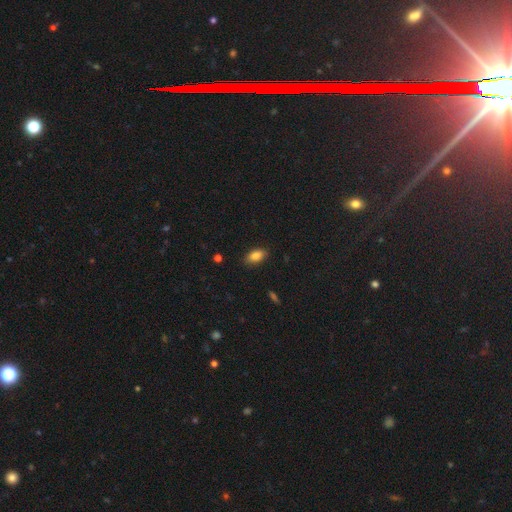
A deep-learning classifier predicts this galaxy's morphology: This is clearly a smooth galaxy (85%). How rounded: clearly in between (90%). Merging: clearly none (84%).